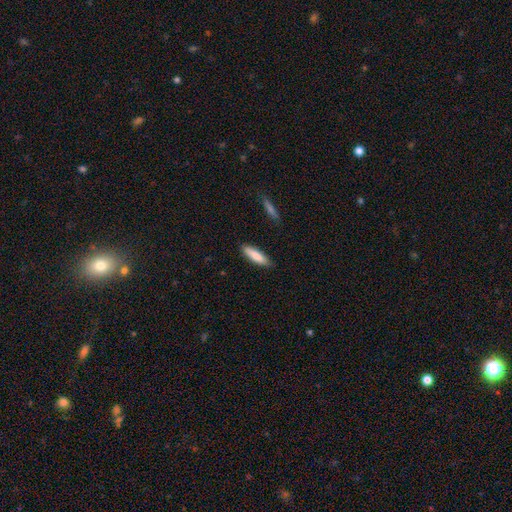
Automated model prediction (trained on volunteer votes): Smooth or featured? smooth (83%)
How rounded? cigar-shaped (63%)
Merging? none (86%)